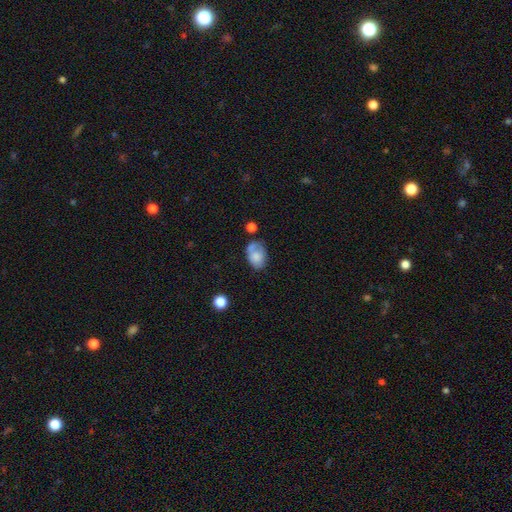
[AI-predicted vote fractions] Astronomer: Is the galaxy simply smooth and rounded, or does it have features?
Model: smooth — 73%.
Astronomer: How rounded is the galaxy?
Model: in between — 80%.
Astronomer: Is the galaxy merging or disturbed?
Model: none — 42% (runner-up: minor disturbance, 29%).